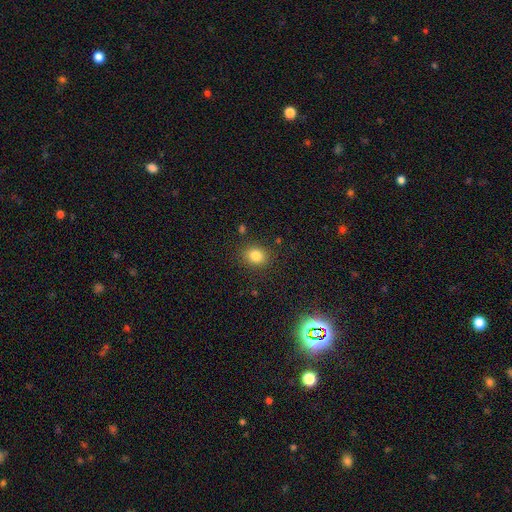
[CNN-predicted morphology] Q: Smooth or featured?
A: smooth (82%); runner-up: star or artifact (12%)
Q: How rounded?
A: round (63%); runner-up: in between (36%)
Q: Merging?
A: none (86%); runner-up: minor disturbance (9%)